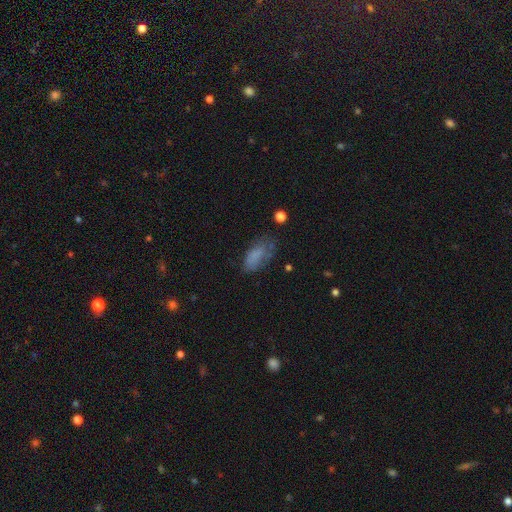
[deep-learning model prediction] Smooth or featured: smooth — 70% (featured or disk — 18%)
How rounded: in between — 89% (cigar-shaped — 7%)
Merging: none — 51% (minor disturbance — 29%)